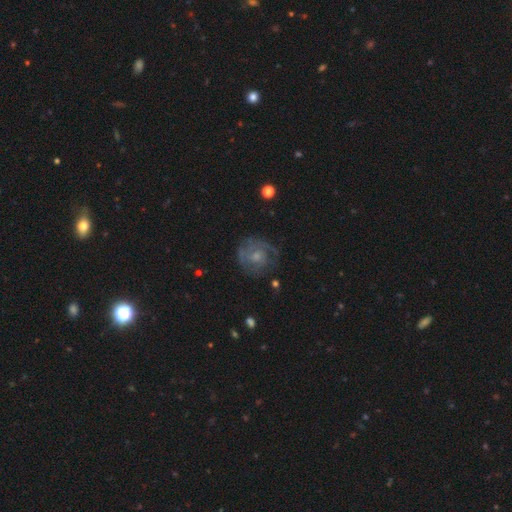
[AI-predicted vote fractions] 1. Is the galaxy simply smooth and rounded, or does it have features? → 66% featured or disk, 25% smooth, 9% star or artifact.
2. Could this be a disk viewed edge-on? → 98% no, 2% yes.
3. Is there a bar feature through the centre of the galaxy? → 77% no, 20% weak, 3% strong.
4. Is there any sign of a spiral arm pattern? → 80% yes, 20% no.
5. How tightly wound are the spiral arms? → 56% tight, 32% medium, 13% loose.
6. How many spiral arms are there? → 41% can't tell, 25% 2, 13% 3, 11% 1, 5% 4, 4% more than 4.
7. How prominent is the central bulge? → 53% small, 38% moderate, 6% none, 3% large, 1% dominant.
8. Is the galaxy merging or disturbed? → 66% none, 19% minor disturbance, 13% major disturbance, 2% merger.